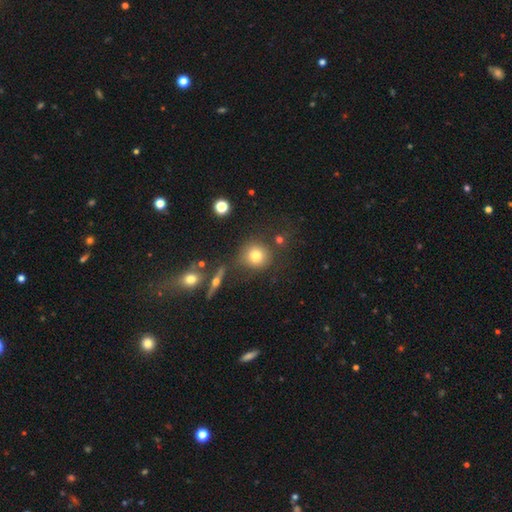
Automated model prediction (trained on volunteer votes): Overall: smooth (76%). How rounded: round (89%). Merging: none (75%).